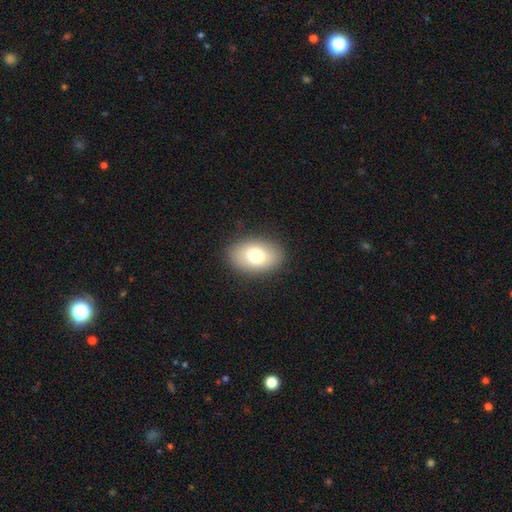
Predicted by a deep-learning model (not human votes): This appears to be a smooth galaxy with no disk features (77%) that is in between round and cigar-shaped (87%). Merging: none (88%).